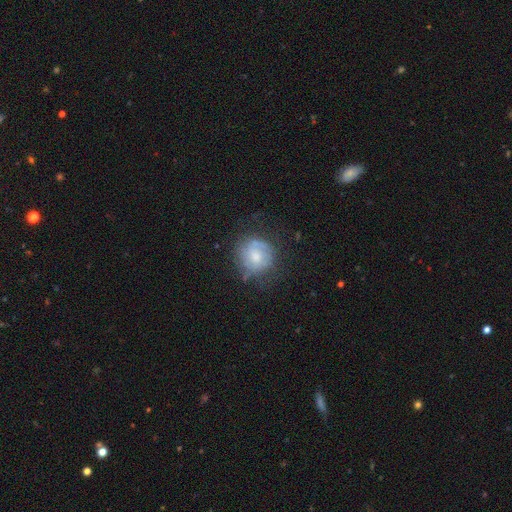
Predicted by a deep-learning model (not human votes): smooth-or-featured: featured or disk: 51% | smooth: 41% | star or artifact: 8%
  disk-edge-on: no: 97% | yes: 3%
  merging: none: 60% | minor disturbance: 24% | major disturbance: 13% | merger: 2%